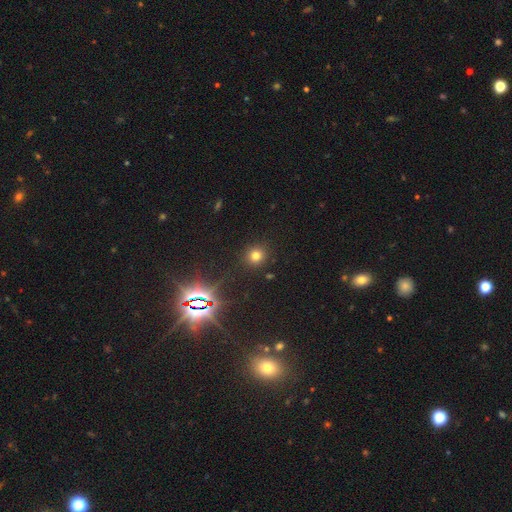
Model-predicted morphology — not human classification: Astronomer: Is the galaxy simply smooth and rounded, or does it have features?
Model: smooth — 71%.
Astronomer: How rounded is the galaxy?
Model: round — 90%.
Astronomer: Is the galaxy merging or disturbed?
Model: none — 90%.